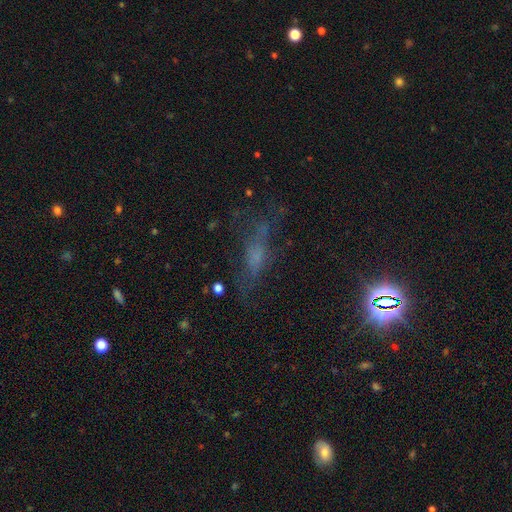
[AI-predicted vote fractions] This appears to be a featured or disk galaxy (38%). Merging: none (55%).